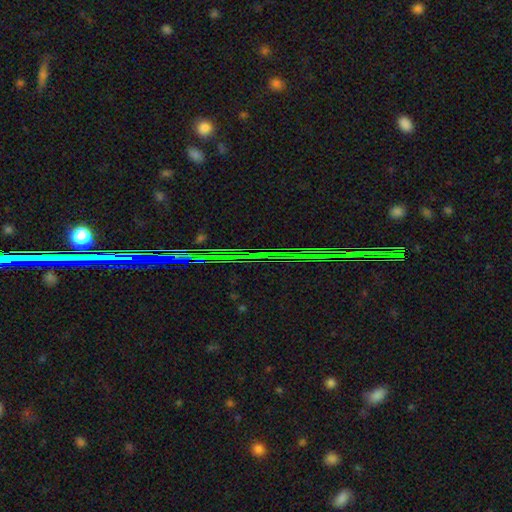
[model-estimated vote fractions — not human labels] Morphology: type=star or artifact (82%).